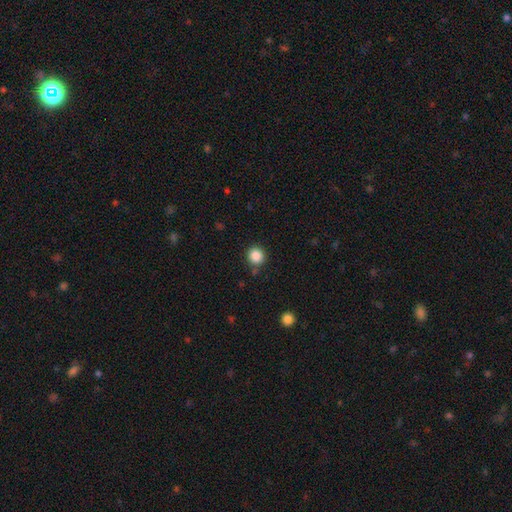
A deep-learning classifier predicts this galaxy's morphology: Smooth or featured? Predicted: smooth (p=0.86). How rounded? Predicted: round (p=0.92). Merging? Predicted: none (p=0.86).